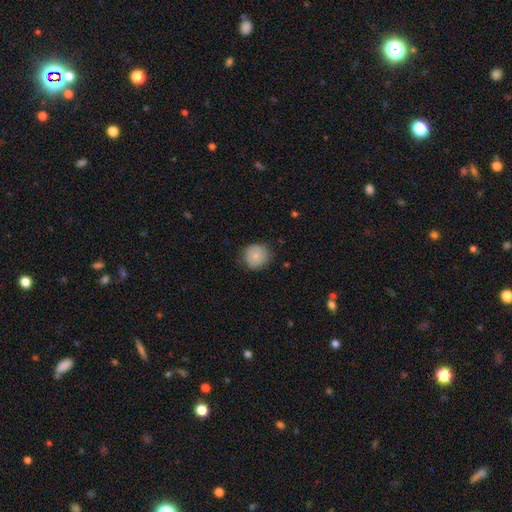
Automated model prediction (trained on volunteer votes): This appears to be a smooth galaxy with no disk features (79%) that is round (89%). Merging: none (77%).